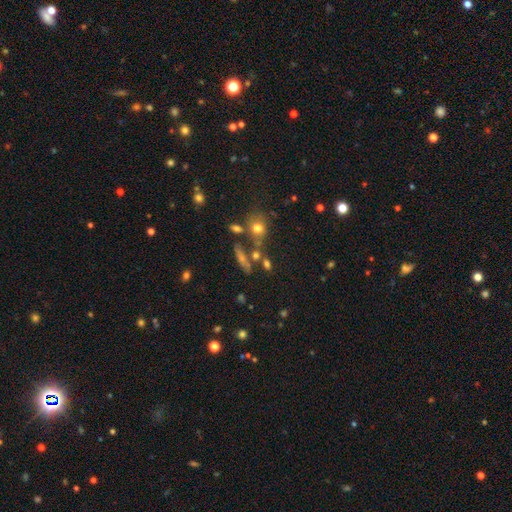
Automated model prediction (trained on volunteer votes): This appears to be a smooth galaxy with no disk features (54%) that is in between round and cigar-shaped (34%). Merging: none (60%).